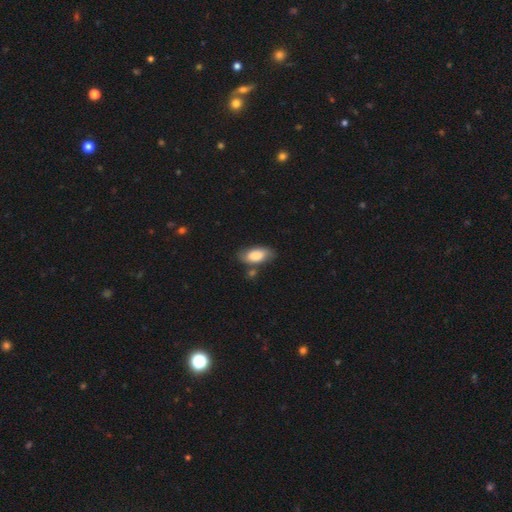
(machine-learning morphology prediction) Smooth or featured? smooth (80%)
How rounded? in between (91%)
Merging? none (66%)